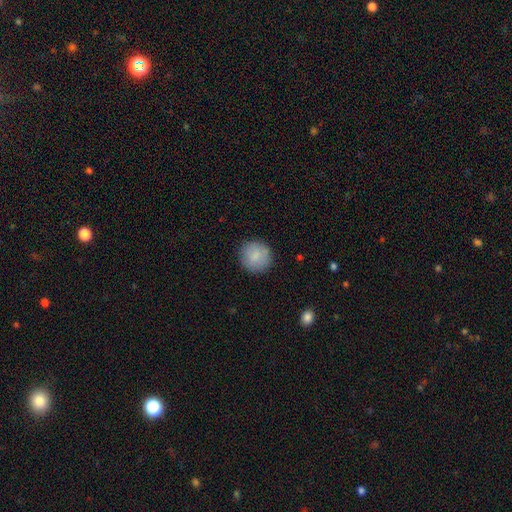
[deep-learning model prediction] smooth-or-featured: smooth: 84% | featured or disk: 9% | star or artifact: 7%
  how-rounded: round: 93% | in between: 6% | cigar-shaped: 1%
  merging: none: 87% | minor disturbance: 9% | major disturbance: 2% | merger: 1%